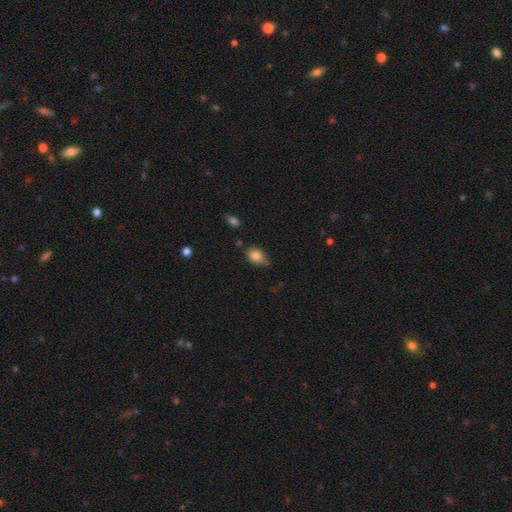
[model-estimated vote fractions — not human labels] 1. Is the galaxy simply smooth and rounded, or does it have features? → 84% smooth, 9% star or artifact, 7% featured or disk.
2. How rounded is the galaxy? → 70% in between, 29% round, 1% cigar-shaped.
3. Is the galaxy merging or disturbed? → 58% none, 30% minor disturbance, 6% merger, 5% major disturbance.